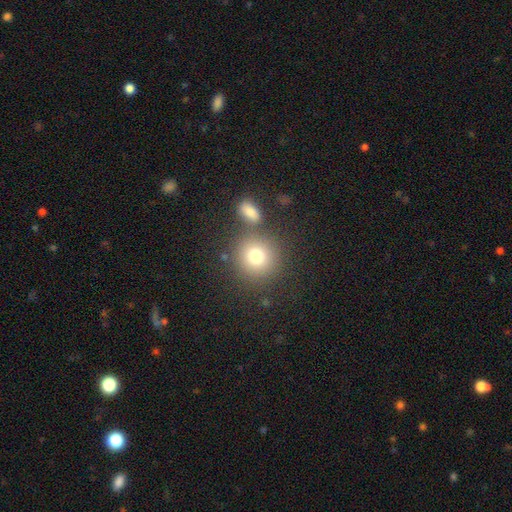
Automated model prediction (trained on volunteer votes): Smooth or featured? smooth (77%)
How rounded? round (89%)
Merging? none (72%)